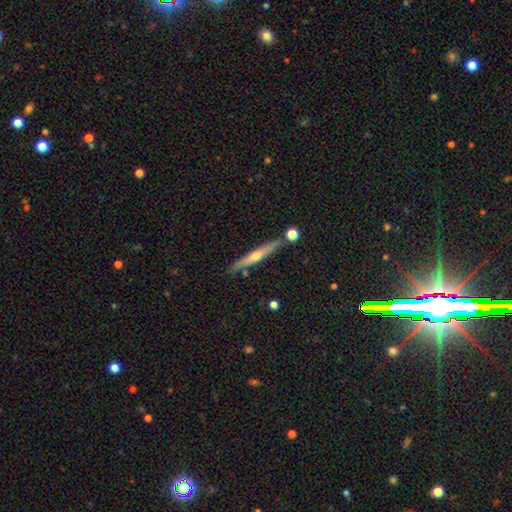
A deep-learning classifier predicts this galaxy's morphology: The model was most divided on "smooth or featured": featured or disk: 59%, smooth: 34%, star or artifact: 7%. More confident: edge-on disk — yes (95%); merging — none (84%); edge-on bulge — rounded (76%).